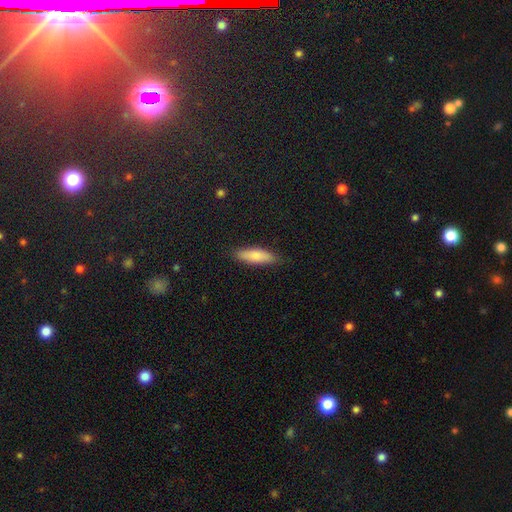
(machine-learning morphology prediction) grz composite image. It shows a smooth galaxy with no disk features (79%) that is cigar-shaped (53%). Merging: none (85%).